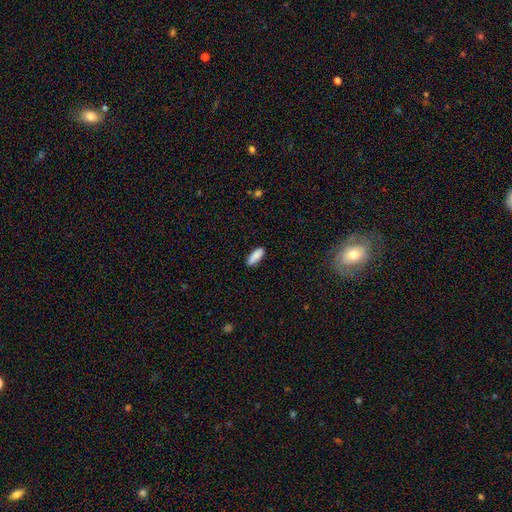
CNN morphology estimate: A smooth galaxy with no disk features (89%) that is in between round and cigar-shaped (71%).

Vote fractions:
- Smooth or featured? smooth: 89% / star or artifact: 6% / featured or disk: 5%
- How rounded? in between: 71% / cigar-shaped: 27% / round: 2%
- Merging? none: 87% / minor disturbance: 10% / major disturbance: 2% / merger: 1%